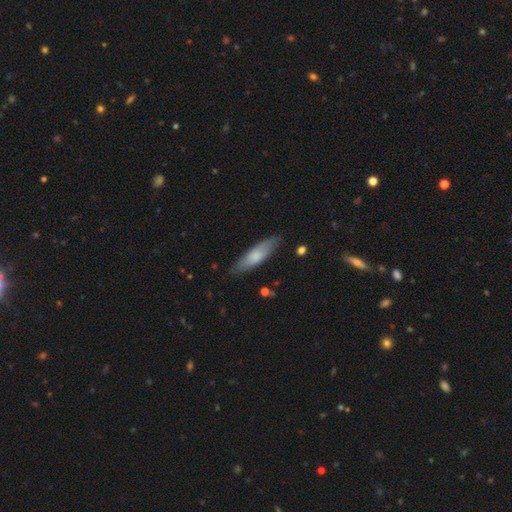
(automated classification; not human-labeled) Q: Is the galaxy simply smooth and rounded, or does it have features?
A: smooth — 69%.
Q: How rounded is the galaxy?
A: cigar-shaped — 60%.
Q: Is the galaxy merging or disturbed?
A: none — 82%.